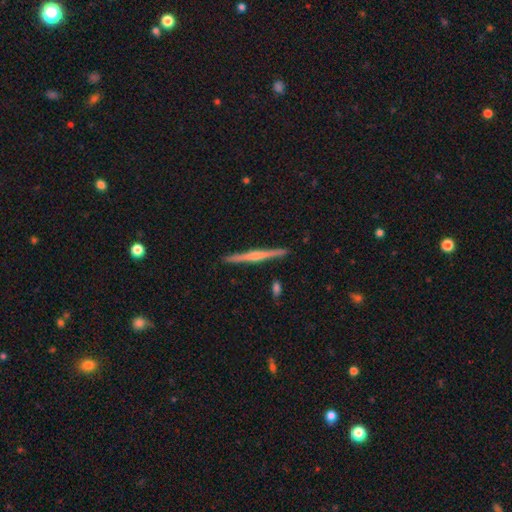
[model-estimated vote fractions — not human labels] Overall: featured or disk (73%). Edge-on disk: yes (97%). Edge-on bulge: rounded (76%). Merging: none (89%).